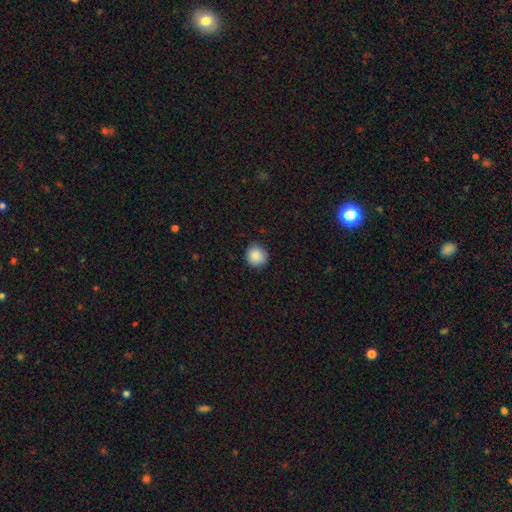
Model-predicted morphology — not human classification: Smooth or featured? smooth (87%)
How rounded? round (91%)
Merging? none (86%)